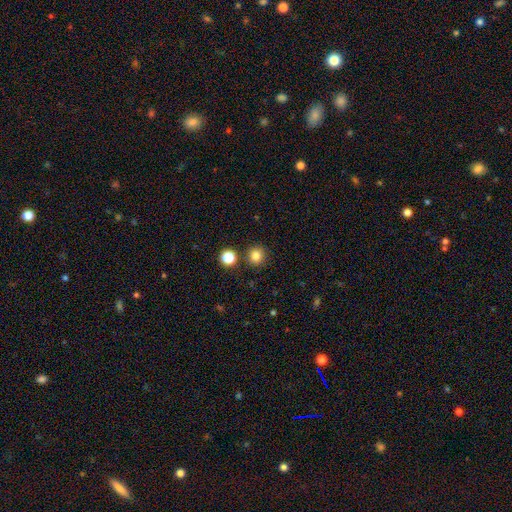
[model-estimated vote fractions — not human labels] This appears to be a smooth galaxy with no disk features (83%) that is round (92%). Merging: none (86%).